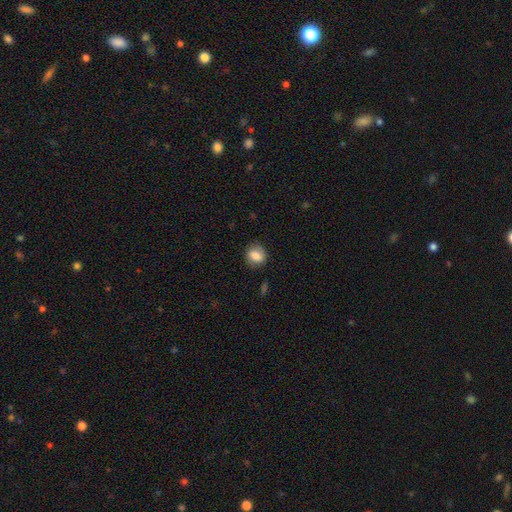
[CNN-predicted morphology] Q: Smooth or featured?
A: smooth (80%); runner-up: featured or disk (11%)
Q: How rounded?
A: round (67%); runner-up: in between (32%)
Q: Merging?
A: none (82%); runner-up: minor disturbance (13%)